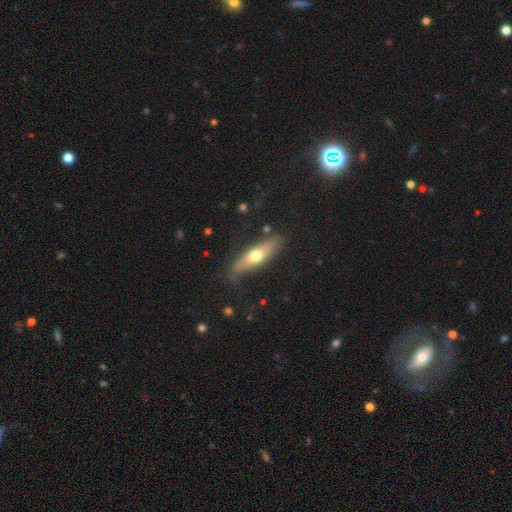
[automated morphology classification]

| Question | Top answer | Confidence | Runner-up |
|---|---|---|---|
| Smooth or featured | smooth | 54% | featured or disk (40%) |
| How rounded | cigar-shaped | 61% | in between (36%) |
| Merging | none | 79% | minor disturbance (15%) |